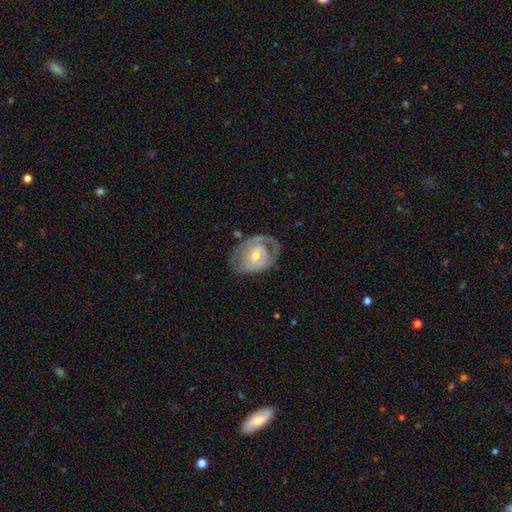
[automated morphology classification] This appears to be a featured or disk galaxy (70%) with no bar (65%), spiral arms (65%) and a moderate central bulge (55%). Merging: none (56%).